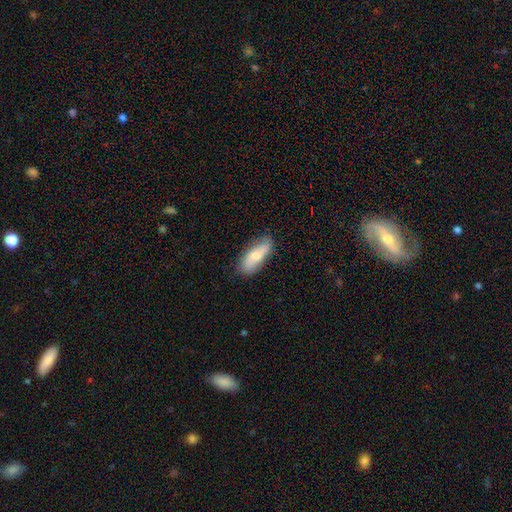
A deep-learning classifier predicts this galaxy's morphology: Q: Smooth or featured?
A: smooth (62%); runner-up: featured or disk (32%)
Q: How rounded?
A: in between (77%); runner-up: cigar-shaped (21%)
Q: Merging?
A: none (77%); runner-up: minor disturbance (18%)